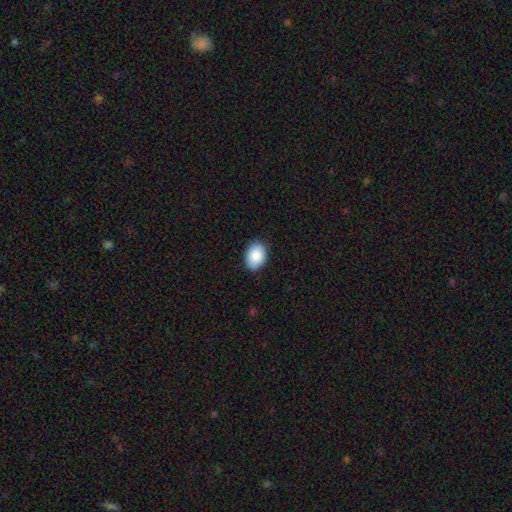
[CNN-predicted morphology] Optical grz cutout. It shows a smooth galaxy with no disk features (89%) that is in between round and cigar-shaped (83%). Merging: none (86%).